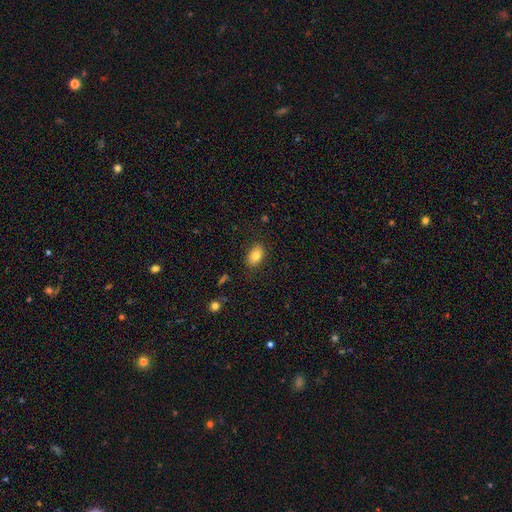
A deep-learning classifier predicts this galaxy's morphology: A smooth galaxy with no disk features (82%) that is in between round and cigar-shaped (88%). Merging: none (85%).